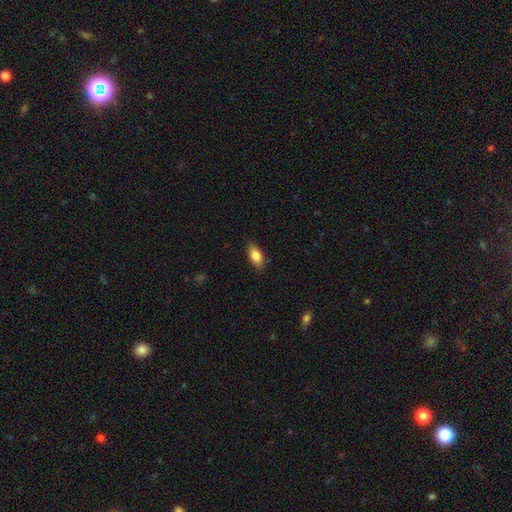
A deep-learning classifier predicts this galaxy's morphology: Smooth or featured? smooth (84%)
How rounded? in between (88%)
Merging? none (85%)